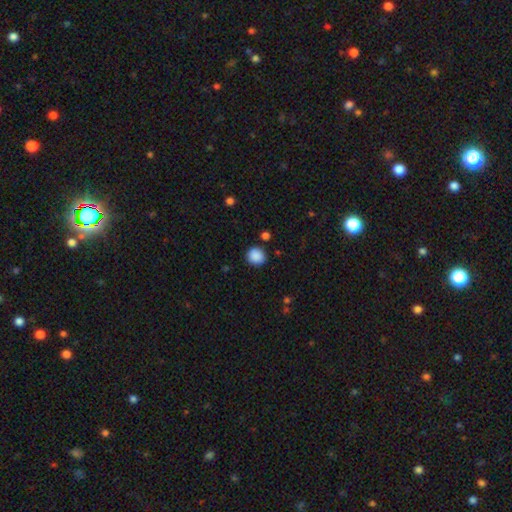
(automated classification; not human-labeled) Morphology: type=smooth (88%); roundness=round (88%); merging=none (87%).